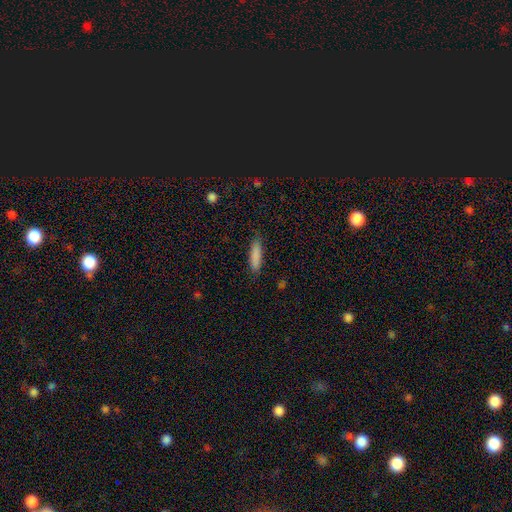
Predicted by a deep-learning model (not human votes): Overall: smooth (86%). How rounded: cigar-shaped (70%). Merging: none (83%).